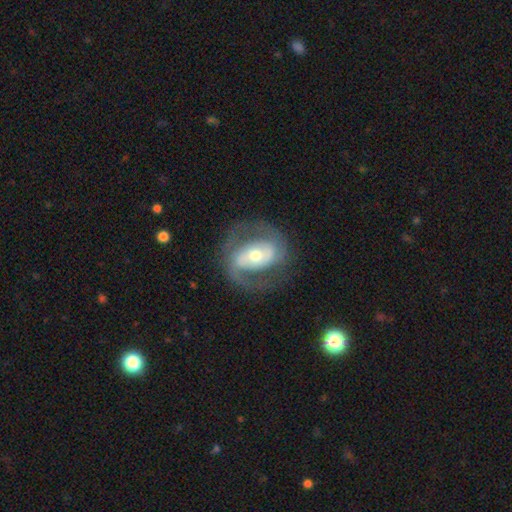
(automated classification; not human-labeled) Q: Smooth or featured?
A: featured or disk (82%); runner-up: smooth (13%)
Q: Edge-on disk?
A: no (96%); runner-up: yes (4%)
Q: Bar?
A: no (35%); runner-up: strong (34%)
Q: Spiral arms?
A: yes (87%); runner-up: no (13%)
Q: Spiral winding?
A: medium (49%); runner-up: tight (30%)
Q: Spiral arm count?
A: 2 (86%); runner-up: can't tell (6%)
Q: Bulge size?
A: moderate (56%); runner-up: small (35%)
Q: Merging?
A: none (73%); runner-up: minor disturbance (14%)